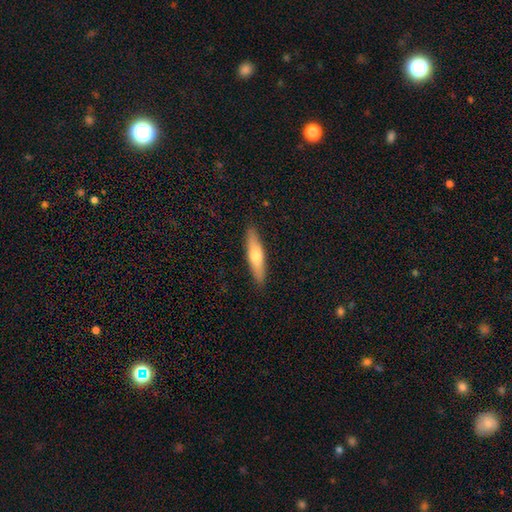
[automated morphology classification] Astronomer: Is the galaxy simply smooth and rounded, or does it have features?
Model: smooth — 53% (runner-up: featured or disk, 41%).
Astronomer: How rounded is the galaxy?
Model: cigar-shaped — 77%.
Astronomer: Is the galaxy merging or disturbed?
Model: none — 90%.